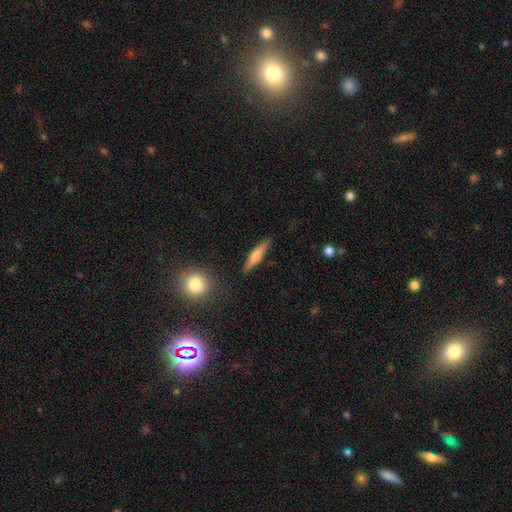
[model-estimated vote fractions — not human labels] This appears to be a smooth galaxy with no disk features (56%) that is cigar-shaped (82%). Merging: none (86%).